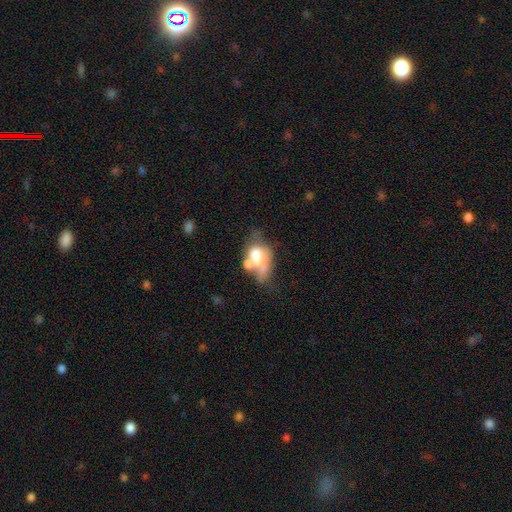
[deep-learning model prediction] A smooth galaxy with no disk features (53%) that is in between round and cigar-shaped (82%).

Vote fractions:
- Smooth or featured? smooth: 53% / featured or disk: 37% / star or artifact: 10%
- How rounded? in between: 82% / round: 15% / cigar-shaped: 3%
- Merging? merger: 48% / major disturbance: 24% / none: 14% / minor disturbance: 14%